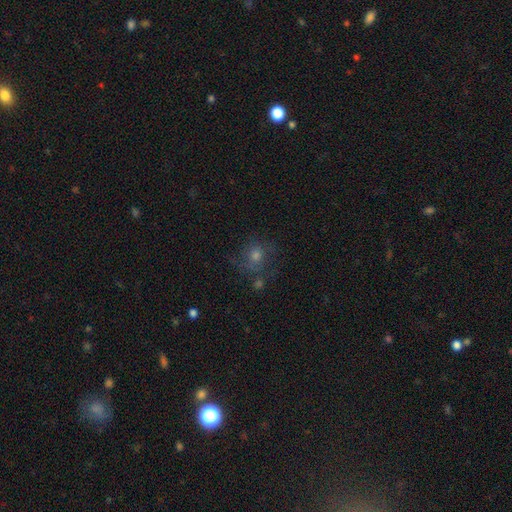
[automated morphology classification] A smooth galaxy with no disk features (40%).

Vote fractions:
- Smooth or featured? smooth: 40% / featured or disk: 33% / star or artifact: 27%
- Merging? none: 65% / minor disturbance: 17% / major disturbance: 12% / merger: 6%